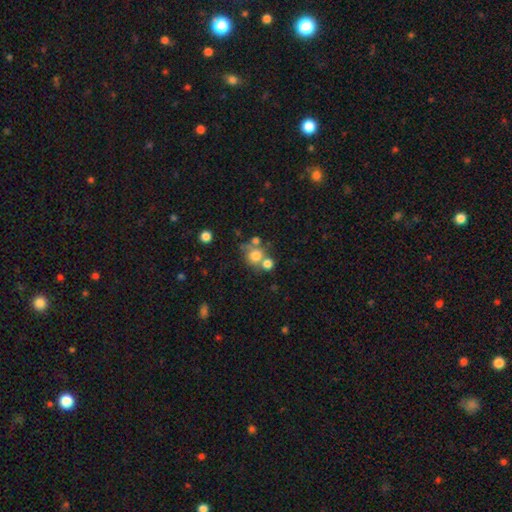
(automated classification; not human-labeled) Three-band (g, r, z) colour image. It shows a smooth galaxy with no disk features (73%) that is round (84%). Merging: none (48%).